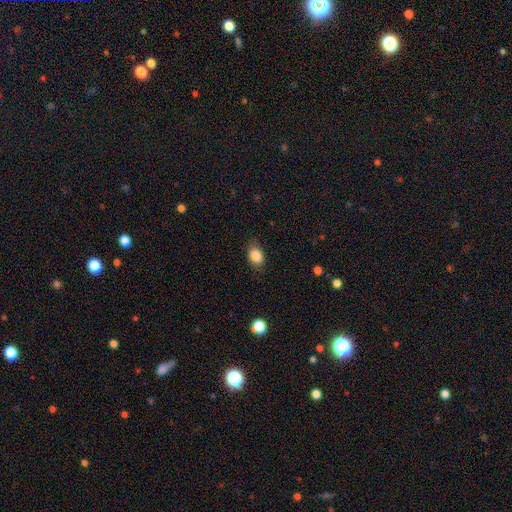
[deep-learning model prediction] Morphology: type=smooth (86%); roundness=in between (75%); merging=none (79%).